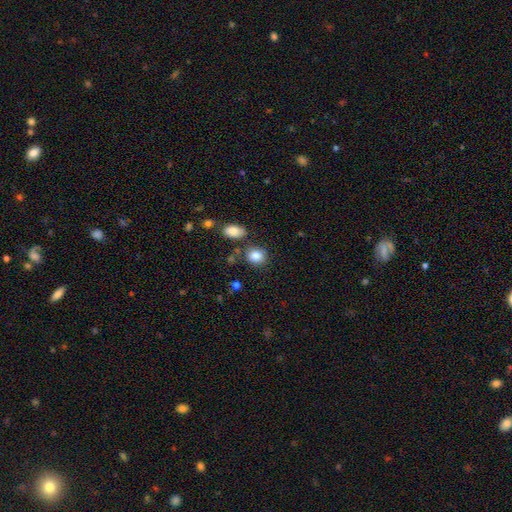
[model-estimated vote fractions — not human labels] smooth_or_featured: smooth (p=0.85) [alt: star or artifact p=0.09]
how_rounded: round (p=0.66) [alt: in between p=0.33]
merging: none (p=0.77) [alt: minor disturbance p=0.12]